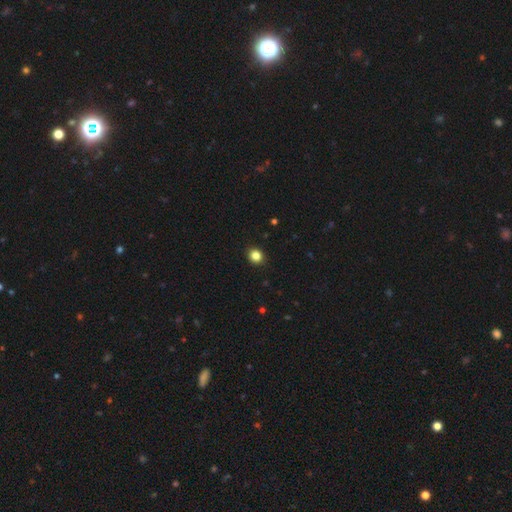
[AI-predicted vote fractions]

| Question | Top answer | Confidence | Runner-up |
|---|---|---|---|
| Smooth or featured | smooth | 85% | star or artifact (11%) |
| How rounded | round | 81% | in between (19%) |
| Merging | none | 92% | minor disturbance (5%) |